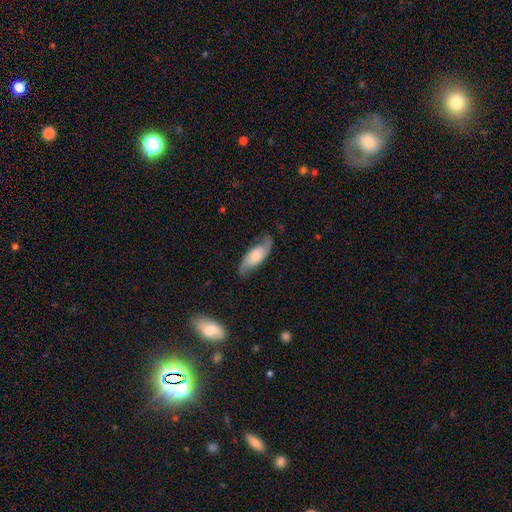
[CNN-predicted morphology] featured or disk 64%, smooth 30%, star or artifact 6%. Down the decision tree: edge-on disk — no (86%); bar — no (68%); spiral arms — yes (91%); spiral arm count — 2 (88%); spiral winding — loose (49%); bulge size — moderate (45%); merging — none (72%).